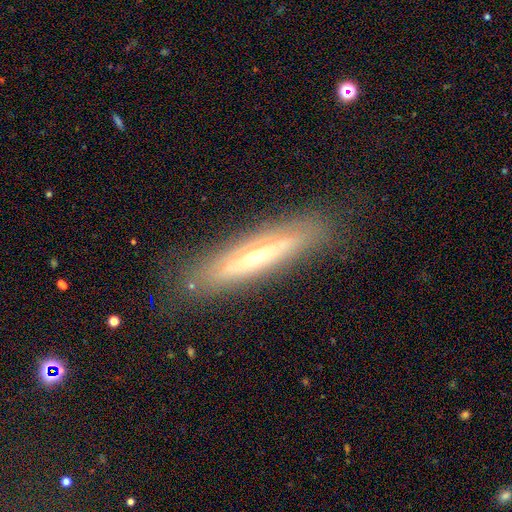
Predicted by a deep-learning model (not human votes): smooth-or-featured: featured or disk: 61% | smooth: 31% | star or artifact: 8%
  disk-edge-on: yes: 78% | no: 22%
  merging: none: 83% | minor disturbance: 12% | major disturbance: 4% | merger: 1%